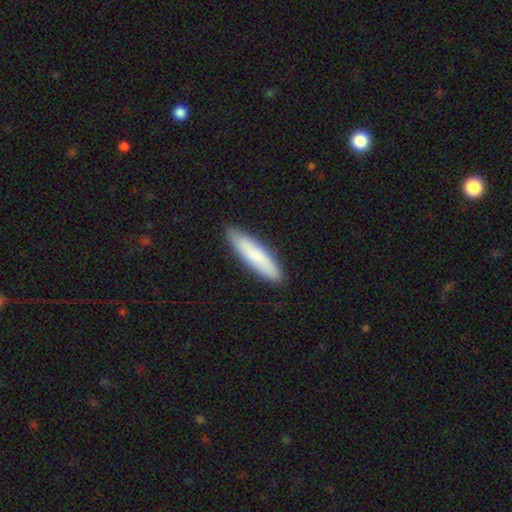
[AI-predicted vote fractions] This appears to be a smooth galaxy with no disk features (79%) that is cigar-shaped (81%). Merging: none (88%).